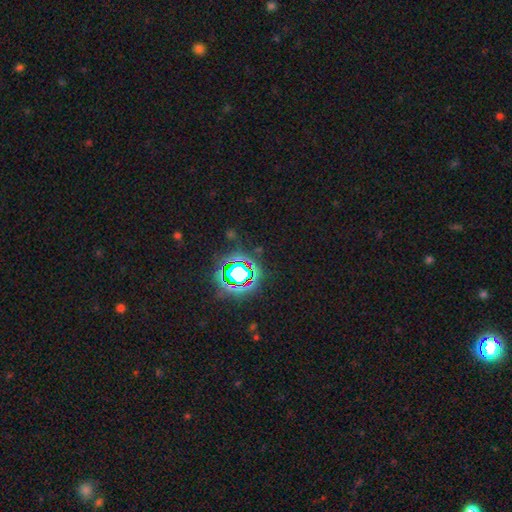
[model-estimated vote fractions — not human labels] Morphology: type=star or artifact (81%).